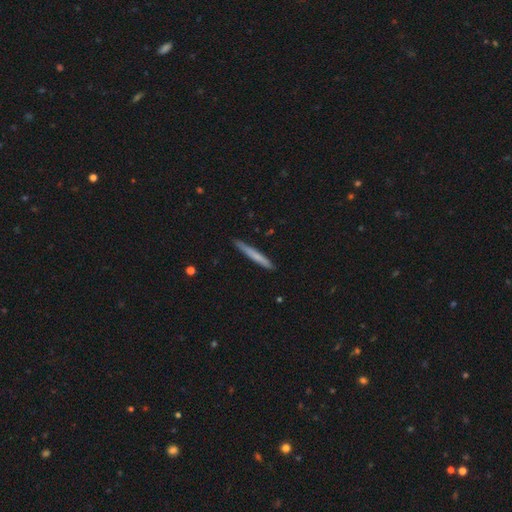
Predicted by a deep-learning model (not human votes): smooth-or-featured: smooth: 65% | featured or disk: 30% | star or artifact: 5%
  how-rounded: cigar-shaped: 97% | in between: 2% | round: 1%
  merging: none: 89% | minor disturbance: 8% | major disturbance: 1% | merger: 1%